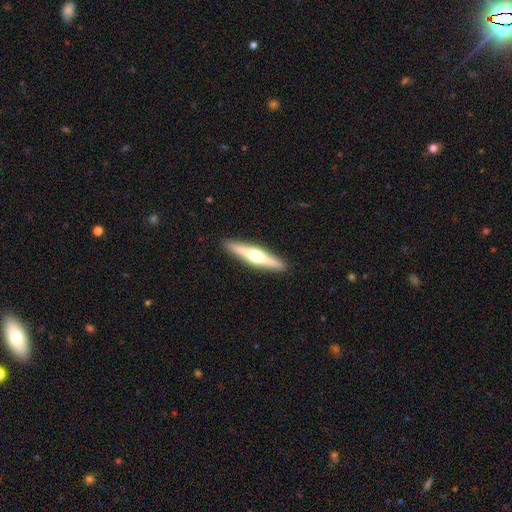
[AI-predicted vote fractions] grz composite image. It shows a featured or disk galaxy (64%) viewed edge-on (97%) with a rounded central bulge (93%). Merging: none (92%).